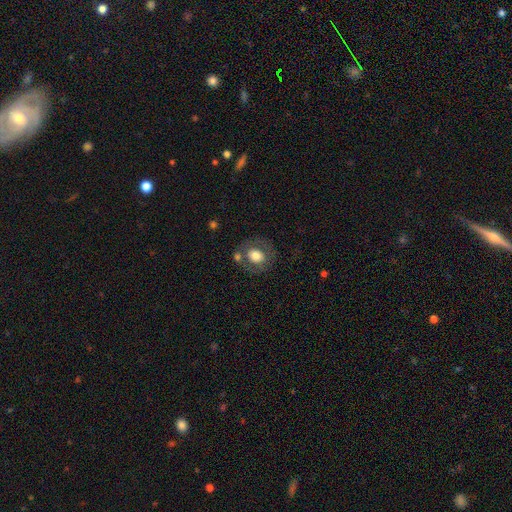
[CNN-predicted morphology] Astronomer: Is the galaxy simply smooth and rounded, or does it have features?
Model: smooth — 65%.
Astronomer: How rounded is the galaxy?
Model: round — 66%.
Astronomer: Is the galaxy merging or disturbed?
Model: none — 67%.